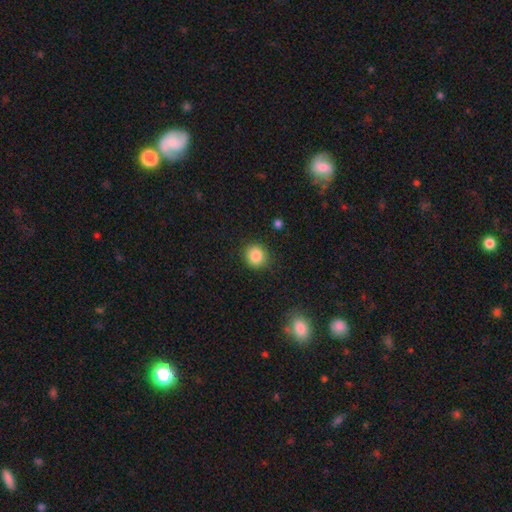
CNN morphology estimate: Overall: smooth (86%). How rounded: round (86%). Merging: none (88%).